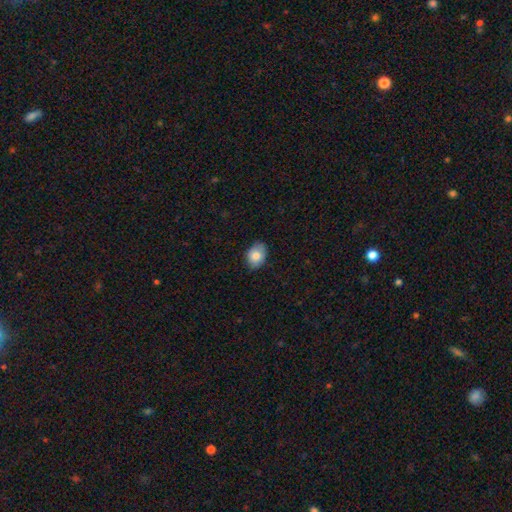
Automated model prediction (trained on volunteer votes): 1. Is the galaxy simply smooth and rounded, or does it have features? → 82% smooth, 10% featured or disk, 8% star or artifact.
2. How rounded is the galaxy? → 69% in between, 31% round, 1% cigar-shaped.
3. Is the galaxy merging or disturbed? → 81% none, 16% minor disturbance, 2% major disturbance, 1% merger.